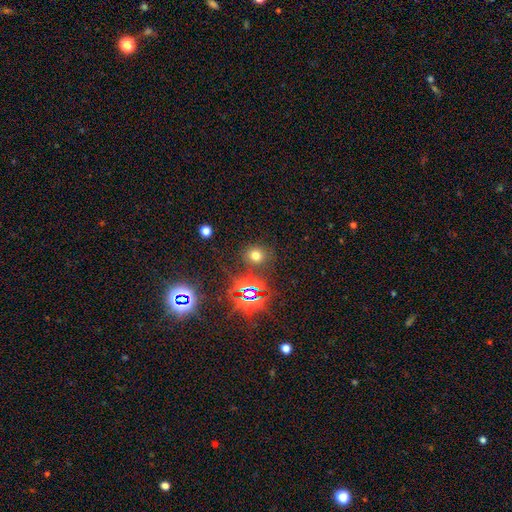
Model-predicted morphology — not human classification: Smooth or featured?
  - smooth: 62% *
  - star or artifact: 30%
  - featured or disk: 8%
How rounded?
  - round: 77% *
  - in between: 22%
  - cigar-shaped: 1%
Merging?
  - none: 83% *
  - minor disturbance: 9%
  - merger: 4%
  - major disturbance: 4%